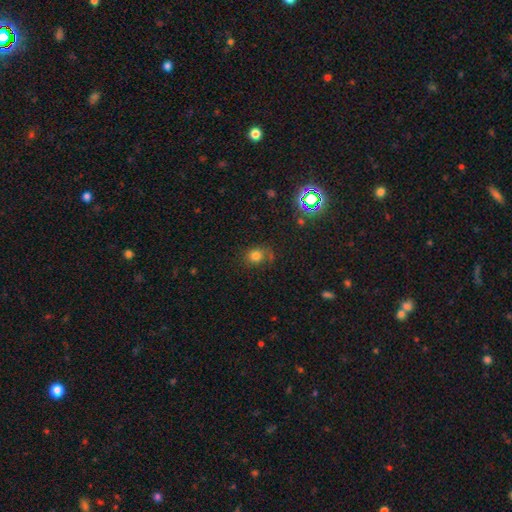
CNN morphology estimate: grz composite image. It shows a smooth galaxy with no disk features (74%) that is round (71%). Merging: none (65%).